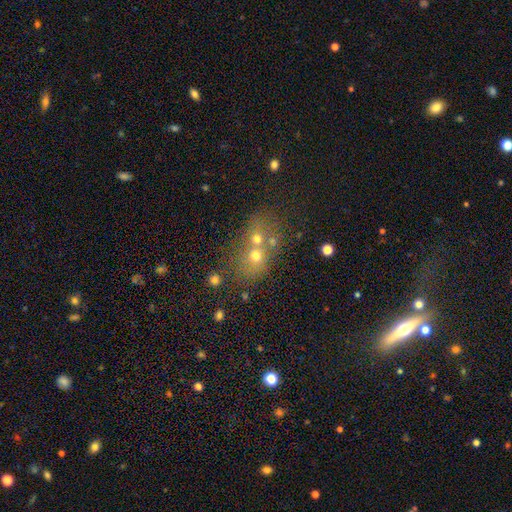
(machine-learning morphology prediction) Q: Smooth or featured?
A: smooth (55%); runner-up: featured or disk (25%)
Q: How rounded?
A: round (60%); runner-up: in between (38%)
Q: Merging?
A: merger (56%); runner-up: none (31%)